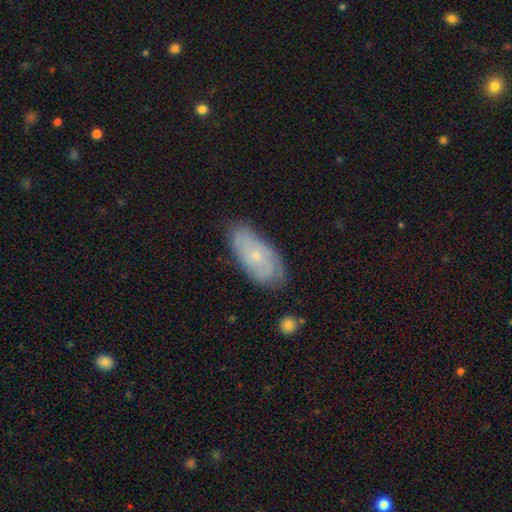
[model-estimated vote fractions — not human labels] smooth_or_featured: featured or disk (p=0.56) [alt: smooth p=0.36]
disk_edge_on: no (p=0.90) [alt: yes p=0.10]
bar: no (p=0.83) [alt: weak p=0.14]
has_spiral_arms: yes (p=0.73) [alt: no p=0.27]
bulge_size: small (p=0.77) [alt: moderate p=0.19]
merging: none (p=0.72) [alt: minor disturbance p=0.22]